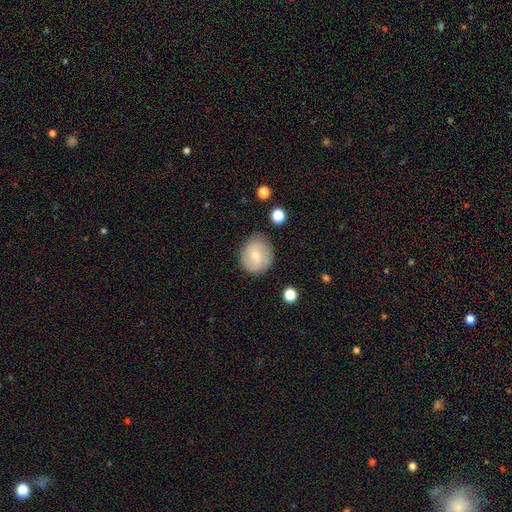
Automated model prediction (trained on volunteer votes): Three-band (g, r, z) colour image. It shows a smooth galaxy with no disk features (62%) that is round (81%). Merging: none (81%).